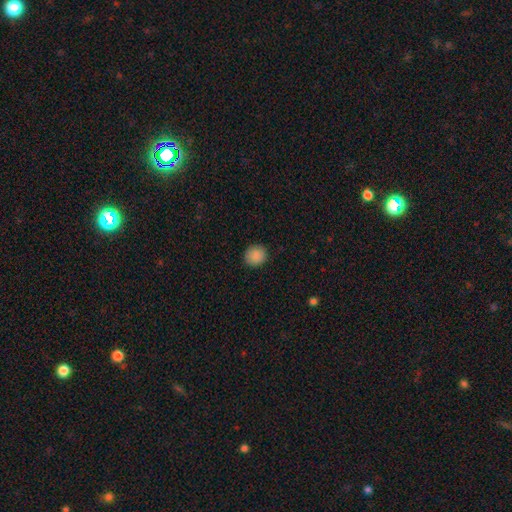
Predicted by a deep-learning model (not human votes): Q: Smooth or featured?
A: smooth (89%); runner-up: star or artifact (8%)
Q: How rounded?
A: round (85%); runner-up: in between (15%)
Q: Merging?
A: none (89%); runner-up: minor disturbance (8%)